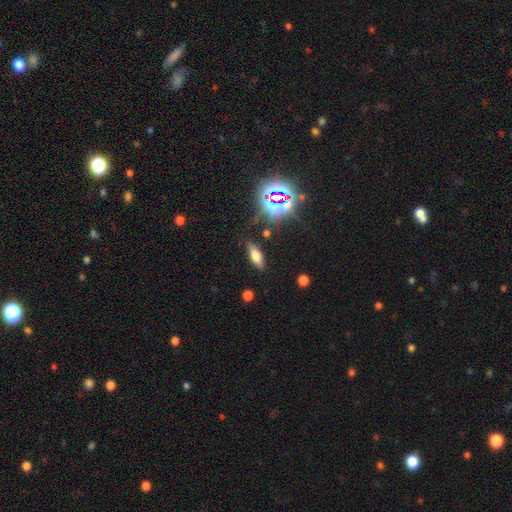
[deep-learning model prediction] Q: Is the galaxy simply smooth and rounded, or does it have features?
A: smooth — 60%.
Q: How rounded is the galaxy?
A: in between — 64%.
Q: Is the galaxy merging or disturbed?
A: none — 81%.